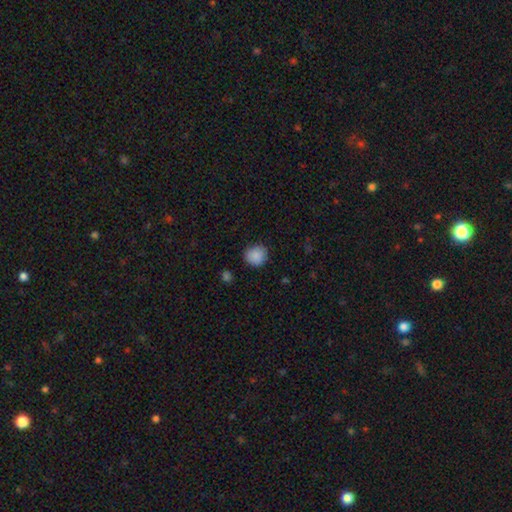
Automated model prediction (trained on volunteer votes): A smooth galaxy with no disk features (88%) that is round (85%). Merging: none (84%).